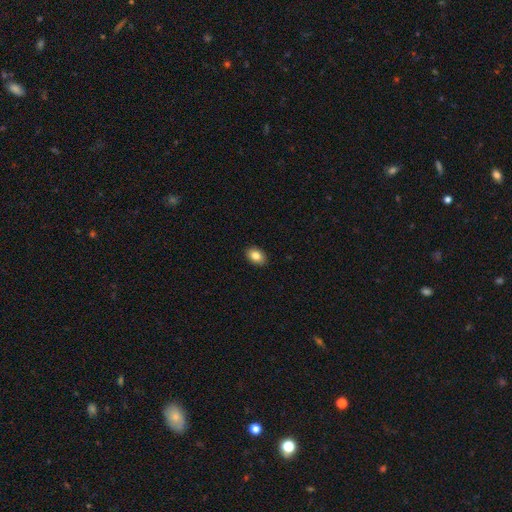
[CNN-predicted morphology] The model was most divided on "how rounded": in between: 83%, round: 16%, cigar-shaped: 1%. More confident: merging — none (90%); smooth or featured — smooth (84%).